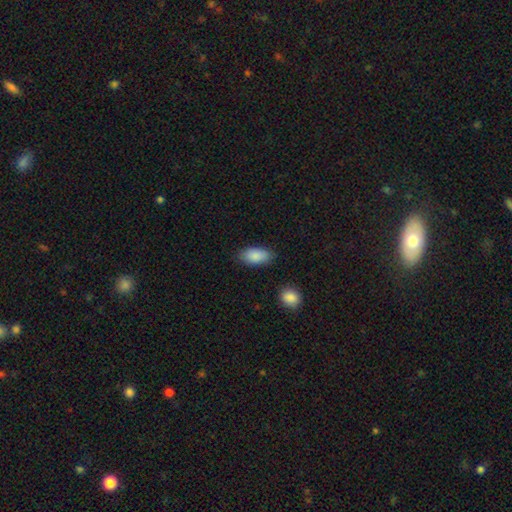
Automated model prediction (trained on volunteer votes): smooth-or-featured: smooth: 89% | star or artifact: 6% | featured or disk: 5%
  how-rounded: in between: 92% | cigar-shaped: 5% | round: 3%
  merging: none: 81% | minor disturbance: 13% | major disturbance: 3% | merger: 2%